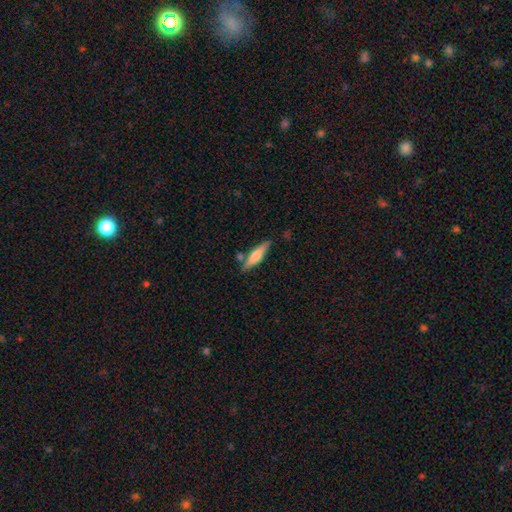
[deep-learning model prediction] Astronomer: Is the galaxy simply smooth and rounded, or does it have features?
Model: smooth — 57% (runner-up: featured or disk, 38%).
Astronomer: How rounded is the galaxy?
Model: cigar-shaped — 77%.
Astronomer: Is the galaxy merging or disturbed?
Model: none — 78%.